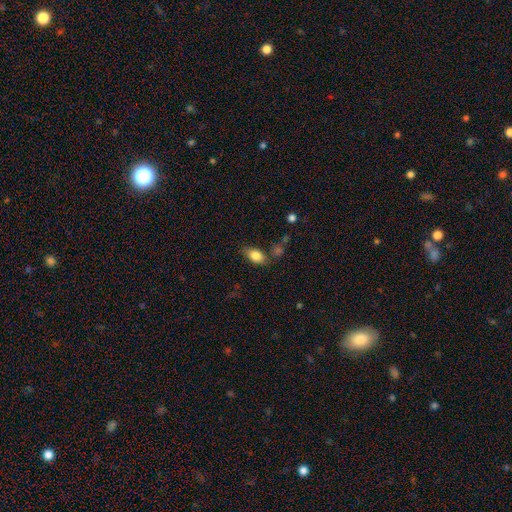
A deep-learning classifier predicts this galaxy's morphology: Q: Smooth or featured?
A: smooth (83%); runner-up: featured or disk (9%)
Q: How rounded?
A: in between (88%); runner-up: round (8%)
Q: Merging?
A: none (69%); runner-up: minor disturbance (19%)